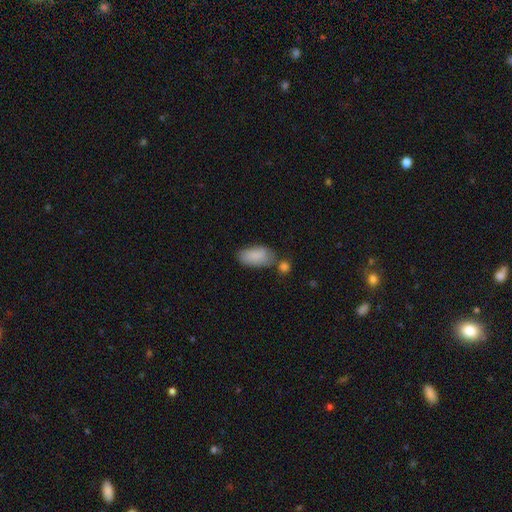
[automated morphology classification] smooth-or-featured: smooth: 86% | featured or disk: 8% | star or artifact: 6%
  how-rounded: in between: 93% | cigar-shaped: 3% | round: 3%
  merging: none: 56% | minor disturbance: 20% | merger: 17% | major disturbance: 6%